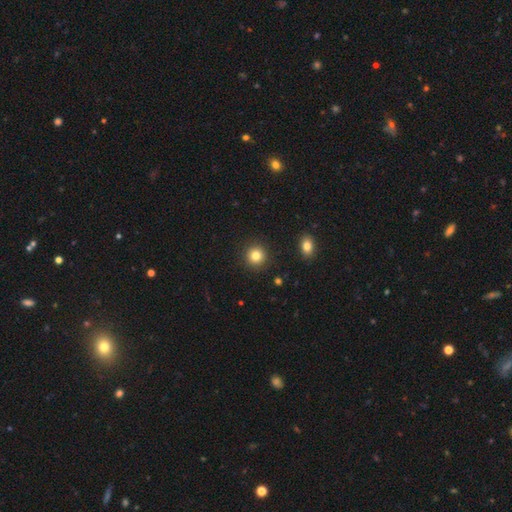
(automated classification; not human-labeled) Smooth or featured: smooth — 82% (star or artifact — 11%)
How rounded: round — 92% (in between — 7%)
Merging: none — 91% (minor disturbance — 5%)